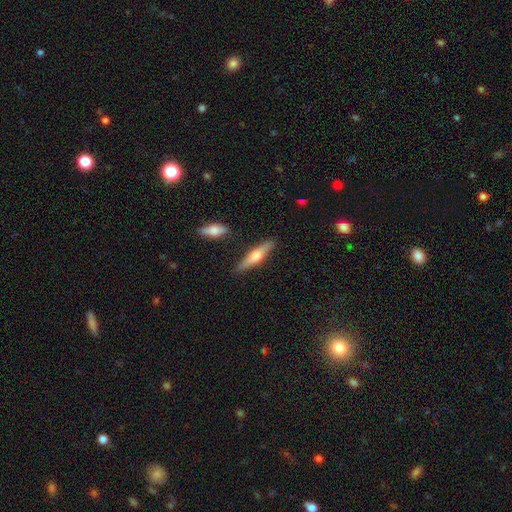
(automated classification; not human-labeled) A featured or disk galaxy (52%) viewed edge-on (96%). Merging: none (85%).